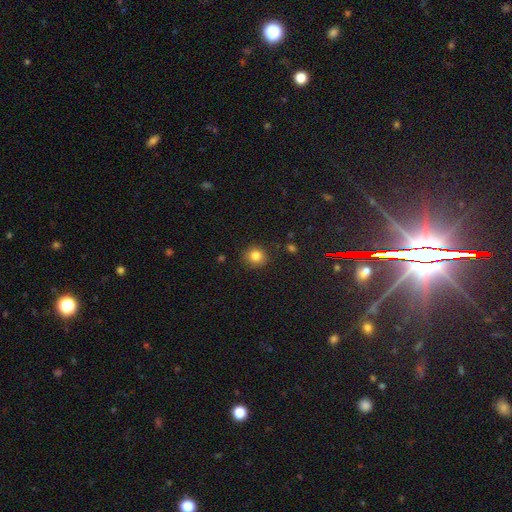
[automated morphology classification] smooth-or-featured: smooth: 83% | star or artifact: 11% | featured or disk: 6%
  how-rounded: round: 84% | in between: 15% | cigar-shaped: 1%
  merging: none: 87% | minor disturbance: 9% | major disturbance: 2% | merger: 1%